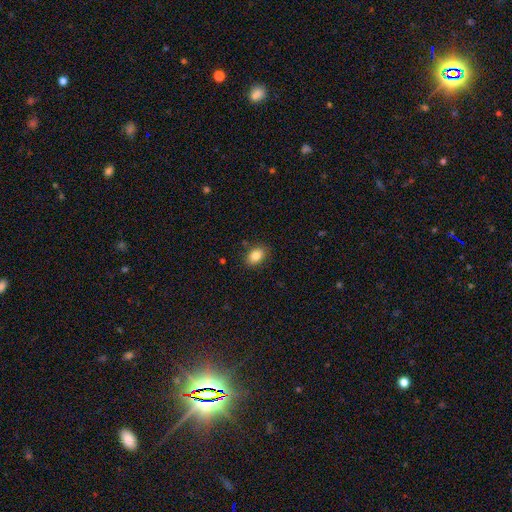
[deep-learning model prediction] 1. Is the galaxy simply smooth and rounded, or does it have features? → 84% smooth, 9% star or artifact, 8% featured or disk.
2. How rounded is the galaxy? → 80% in between, 18% round, 1% cigar-shaped.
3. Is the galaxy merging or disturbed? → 86% none, 10% minor disturbance, 2% major disturbance, 2% merger.